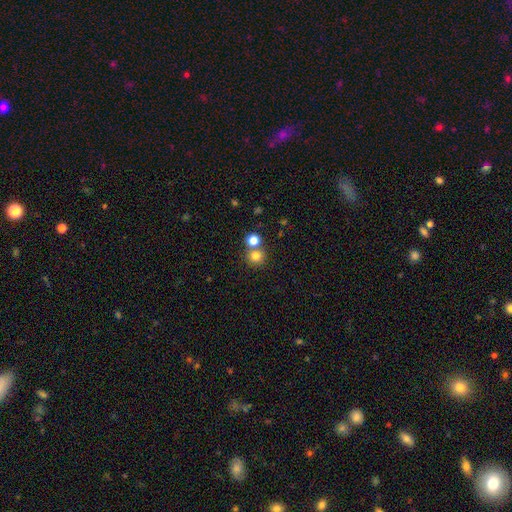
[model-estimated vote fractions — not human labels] The model was most divided on "merging": none: 60%, merger: 31%, minor disturbance: 6%, major disturbance: 3%. More confident: how rounded — round (90%); smooth or featured — smooth (78%).